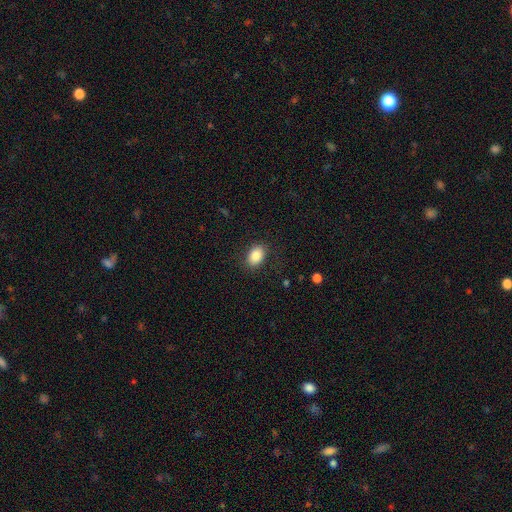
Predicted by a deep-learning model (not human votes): Smooth or featured?
  - smooth: 86% *
  - star or artifact: 8%
  - featured or disk: 6%
How rounded?
  - in between: 82% *
  - round: 17%
  - cigar-shaped: 1%
Merging?
  - none: 85% *
  - minor disturbance: 10%
  - major disturbance: 3%
  - merger: 1%